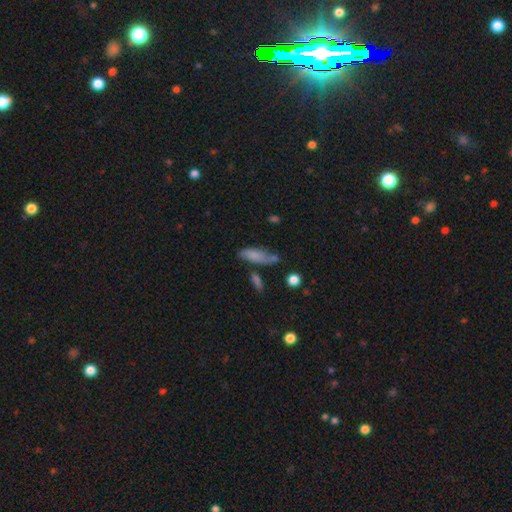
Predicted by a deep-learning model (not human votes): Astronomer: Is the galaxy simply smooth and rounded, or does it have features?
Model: smooth — 67%.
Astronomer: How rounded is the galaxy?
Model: in between — 56% (runner-up: cigar-shaped, 40%).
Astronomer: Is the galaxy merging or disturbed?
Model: none — 50% (runner-up: minor disturbance, 26%).